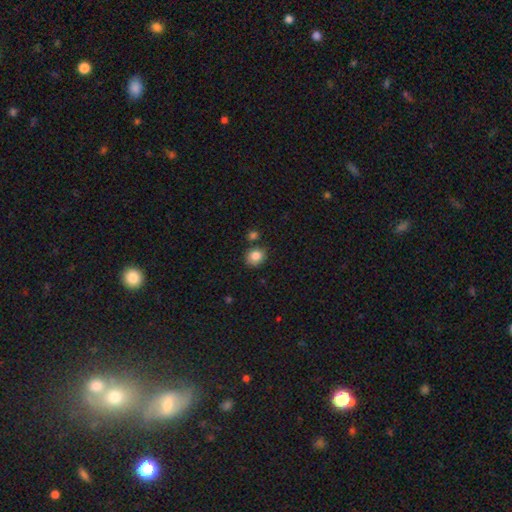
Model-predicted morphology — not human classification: This is clearly a smooth galaxy (85%). How rounded: likely round (64%). Merging: likely none (78%).